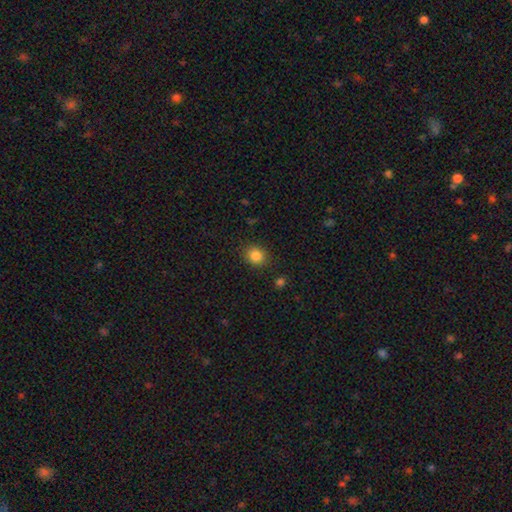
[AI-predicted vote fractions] Q: Smooth or featured?
A: smooth (84%); runner-up: star or artifact (11%)
Q: How rounded?
A: round (72%); runner-up: in between (27%)
Q: Merging?
A: none (87%); runner-up: minor disturbance (8%)